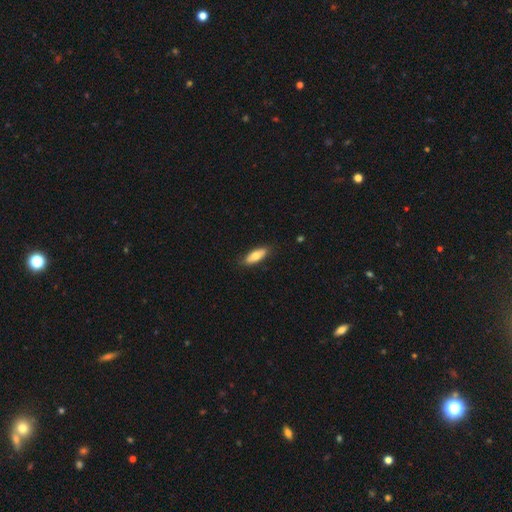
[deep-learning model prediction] Overall: smooth (71%). How rounded: in between (68%; cigar-shaped 29%). Merging: none (85%).